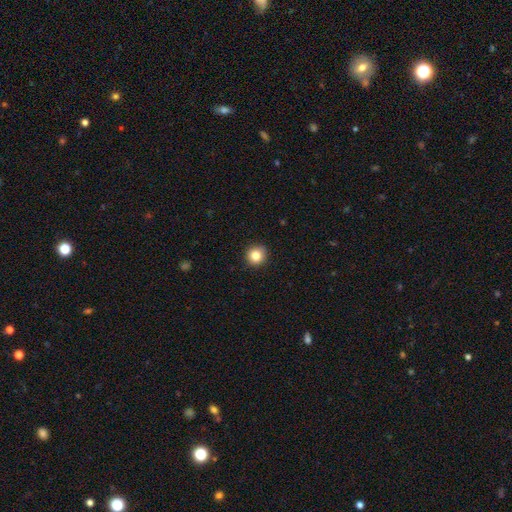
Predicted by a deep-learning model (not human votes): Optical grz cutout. It shows a smooth galaxy with no disk features (84%) that is round (93%). Merging: none (91%).